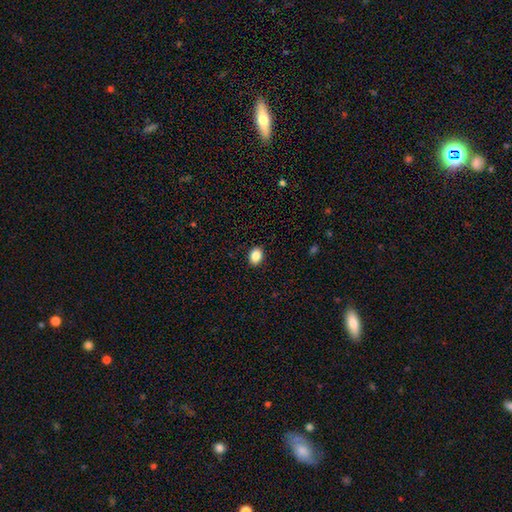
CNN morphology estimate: This is clearly a smooth galaxy (87%). How rounded: likely in between (67%). Merging: clearly none (90%).